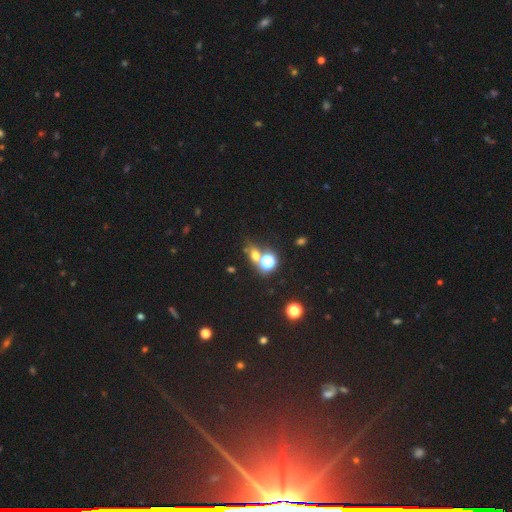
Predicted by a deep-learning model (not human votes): Q: Smooth or featured?
A: smooth (48%); runner-up: star or artifact (40%)
Q: Merging?
A: none (58%); runner-up: merger (26%)